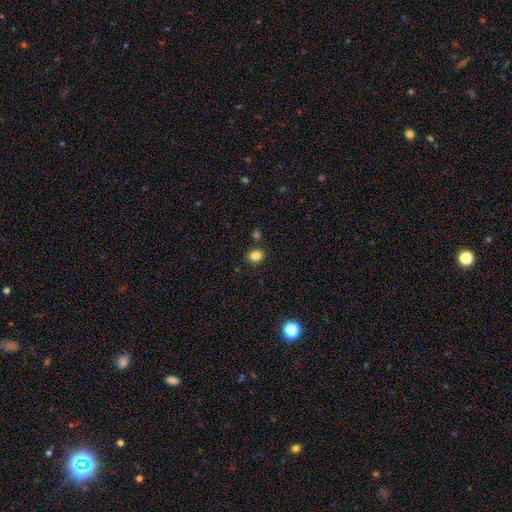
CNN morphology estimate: The model was most divided on "how rounded": round: 52%, in between: 47%, cigar-shaped: 1%. More confident: merging — none (84%); smooth or featured — smooth (84%).